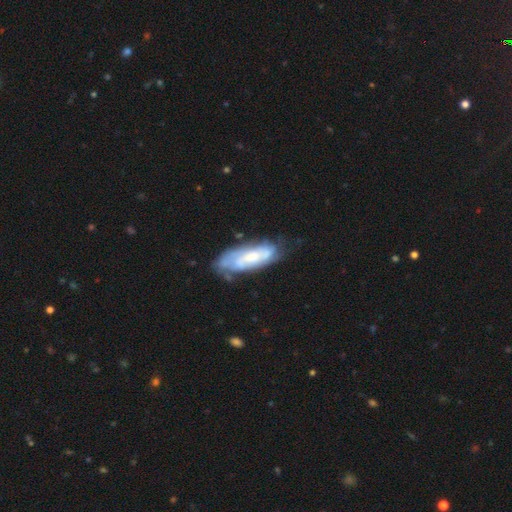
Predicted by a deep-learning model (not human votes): Smooth or featured? featured or disk (56%)
Edge-on disk? no (80%)
Merging? none (60%)